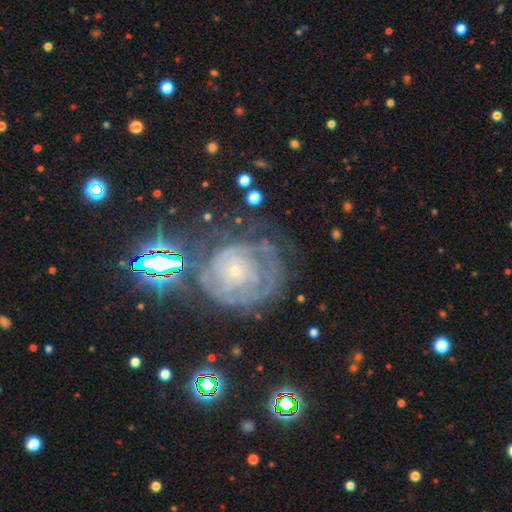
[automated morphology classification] smooth-or-featured: featured or disk: 73% | star or artifact: 16% | smooth: 11%
  disk-edge-on: no: 96% | yes: 4%
    bar: no: 74% | weak: 18% | strong: 8%
    has-spiral-arms: yes: 91% | no: 9%
      spiral-winding: tight: 82% | medium: 15% | loose: 4%
      spiral-arm-count: can't tell: 38% | 2: 24% | 3: 16% | 4: 8% | 1: 7% | more than 4: 7%
    bulge-size: small: 77% | moderate: 18% | none: 2% | large: 2% | dominant: 1%
  merging: none: 71% | minor disturbance: 15% | major disturbance: 9% | merger: 5%